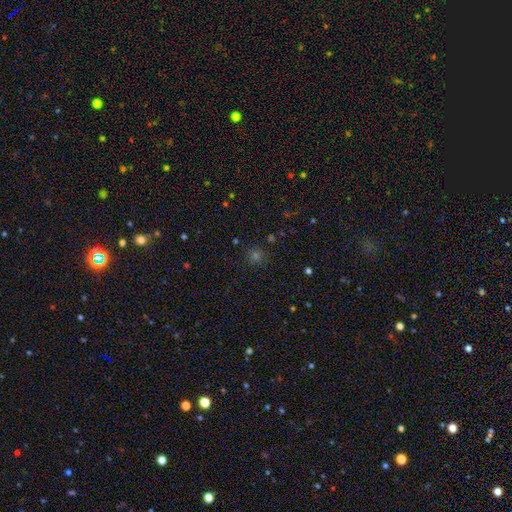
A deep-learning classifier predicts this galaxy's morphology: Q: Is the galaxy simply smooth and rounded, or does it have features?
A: smooth — 58%.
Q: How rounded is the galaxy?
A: round — 93%.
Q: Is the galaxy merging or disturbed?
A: none — 88%.